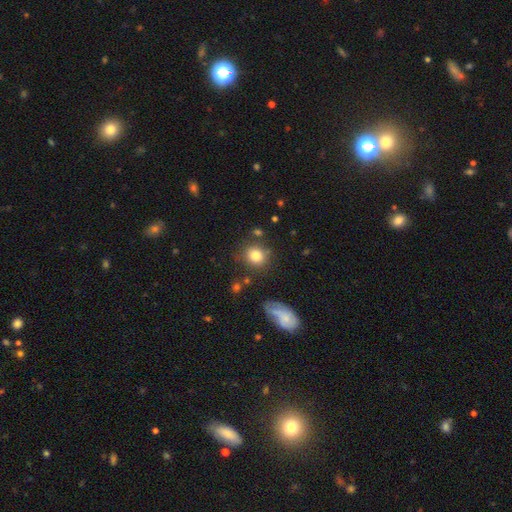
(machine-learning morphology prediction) type=smooth (80%); roundness=round (83%); merging=none (77%).